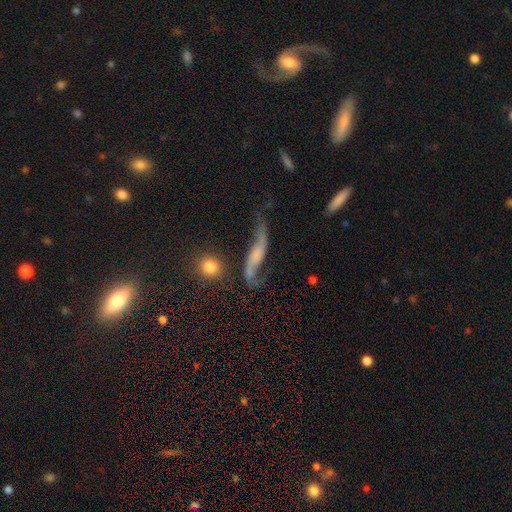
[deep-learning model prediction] Smooth or featured?
  - featured or disk: 75% *
  - smooth: 17%
  - star or artifact: 8%
Edge-on disk?
  - no: 80% *
  - yes: 20%
Bar?
  - no: 54% *
  - weak: 31%
  - strong: 15%
Spiral arms?
  - yes: 90% *
  - no: 10%
Spiral winding?
  - loose: 88% *
  - medium: 8%
  - tight: 3%
Spiral arm count?
  - 2: 90% *
  - 1: 5%
  - can't tell: 3%
  - 3: 1%
  - 4: 1%
  - more than 4: 1%
Bulge size?
  - none: 37% *
  - small: 32%
  - moderate: 21%
  - large: 7%
  - dominant: 3%
Merging?
  - none: 50% *
  - minor disturbance: 22%
  - major disturbance: 21%
  - merger: 7%